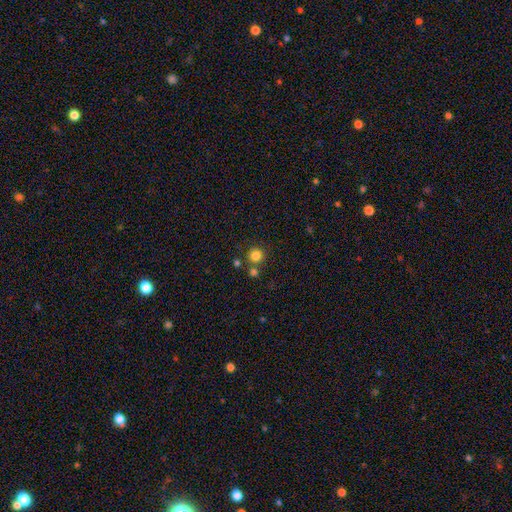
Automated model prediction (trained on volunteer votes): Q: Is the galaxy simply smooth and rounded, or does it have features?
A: smooth — 82%.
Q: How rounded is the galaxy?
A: round — 93%.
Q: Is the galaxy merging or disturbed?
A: none — 74%.